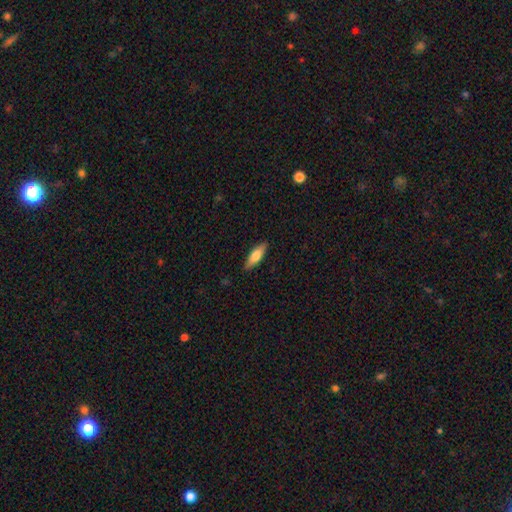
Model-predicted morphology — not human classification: This appears to be a smooth galaxy with no disk features (70%) that is in between round and cigar-shaped (52%). Merging: none (88%).